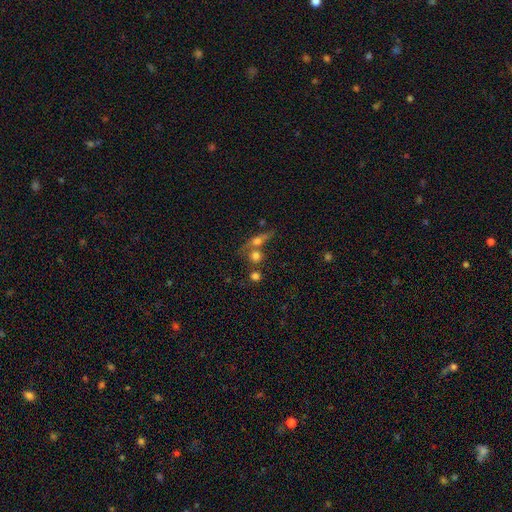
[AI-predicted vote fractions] A smooth galaxy with no disk features (61%) that is round (77%).

Vote fractions:
- Smooth or featured? smooth: 61% / featured or disk: 26% / star or artifact: 14%
- How rounded? round: 77% / in between: 15% / cigar-shaped: 8%
- Merging? none: 47% / merger: 39% / minor disturbance: 9% / major disturbance: 5%